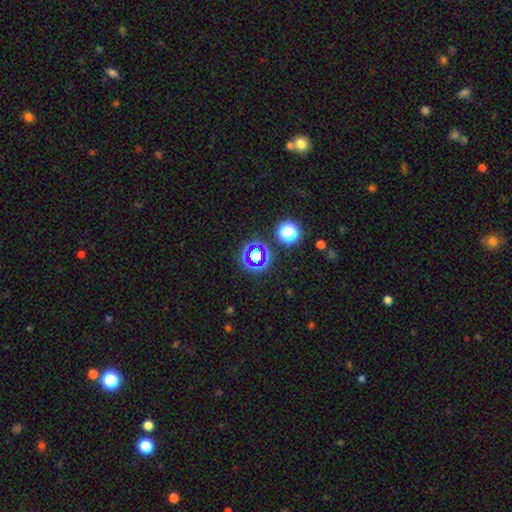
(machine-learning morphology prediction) Smooth or featured?
  - star or artifact: 59% *
  - smooth: 29%
  - featured or disk: 12%